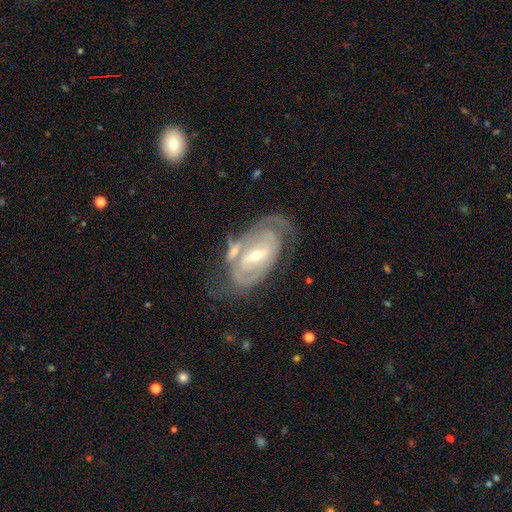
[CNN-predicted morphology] Smooth or featured: featured or disk — 85% (smooth — 10%)
Edge-on disk: no — 95% (yes — 5%)
Bar: strong — 42% (weak — 40%)
Spiral arms: yes — 86% (no — 14%)
Spiral winding: tight — 57% (medium — 32%)
Spiral arm count: 2 — 56% (can't tell — 26%)
Bulge size: small — 53% (moderate — 44%)
Merging: none — 51% (minor disturbance — 20%)